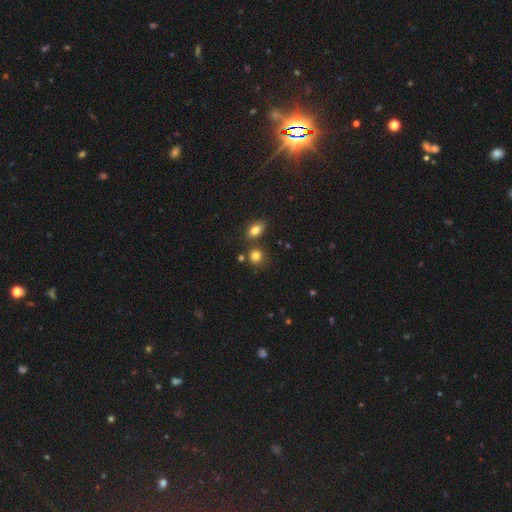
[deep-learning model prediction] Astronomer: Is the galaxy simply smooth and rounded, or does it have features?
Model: smooth — 81%.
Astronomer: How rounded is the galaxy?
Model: round — 79%.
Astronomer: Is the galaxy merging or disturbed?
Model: none — 72%.